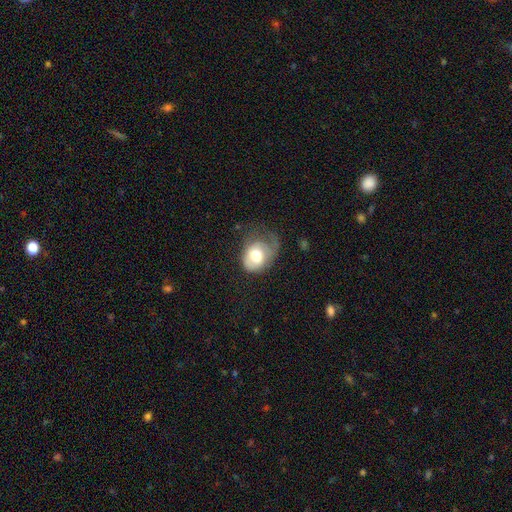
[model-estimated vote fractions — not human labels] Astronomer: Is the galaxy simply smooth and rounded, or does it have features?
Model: smooth — 60%.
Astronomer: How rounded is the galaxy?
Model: in between — 50% (runner-up: round, 49%).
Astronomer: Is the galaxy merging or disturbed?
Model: major disturbance — 40% (runner-up: minor disturbance, 30%).